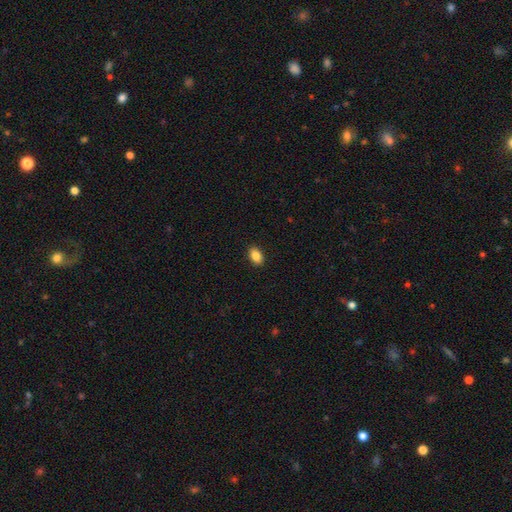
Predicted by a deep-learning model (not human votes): A smooth galaxy with no disk features (86%) that is in between round and cigar-shaped (86%).

Vote fractions:
- Smooth or featured? smooth: 86% / star or artifact: 8% / featured or disk: 5%
- How rounded? in between: 86% / round: 13% / cigar-shaped: 1%
- Merging? none: 90% / minor disturbance: 7% / major disturbance: 2% / merger: 1%